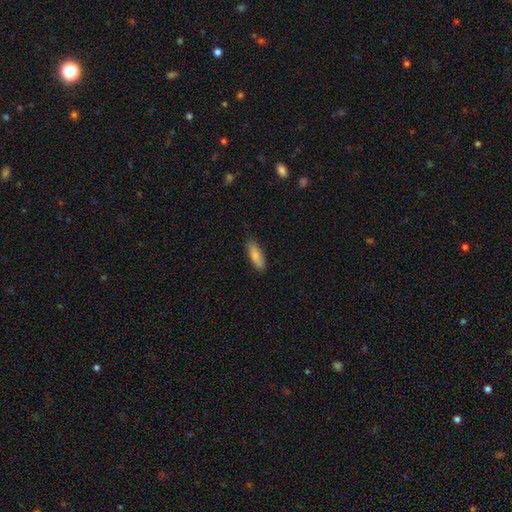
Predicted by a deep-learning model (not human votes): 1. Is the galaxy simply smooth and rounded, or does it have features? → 85% smooth, 8% featured or disk, 6% star or artifact.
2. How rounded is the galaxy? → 62% in between, 36% cigar-shaped, 2% round.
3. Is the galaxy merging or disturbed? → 79% none, 16% minor disturbance, 3% major disturbance, 2% merger.